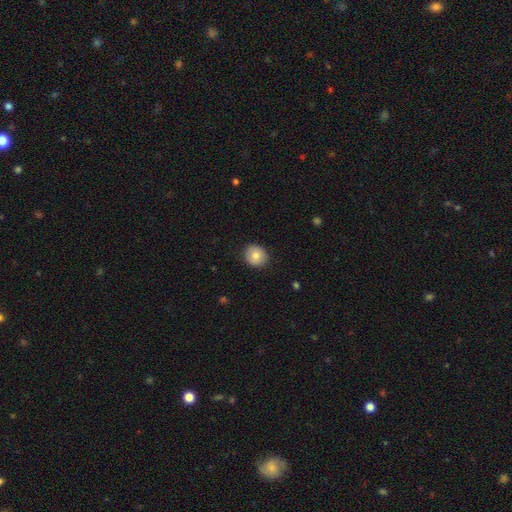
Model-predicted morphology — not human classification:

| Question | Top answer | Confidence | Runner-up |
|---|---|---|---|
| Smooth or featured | smooth | 78% | featured or disk (14%) |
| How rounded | round | 84% | in between (15%) |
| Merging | none | 88% | minor disturbance (9%) |